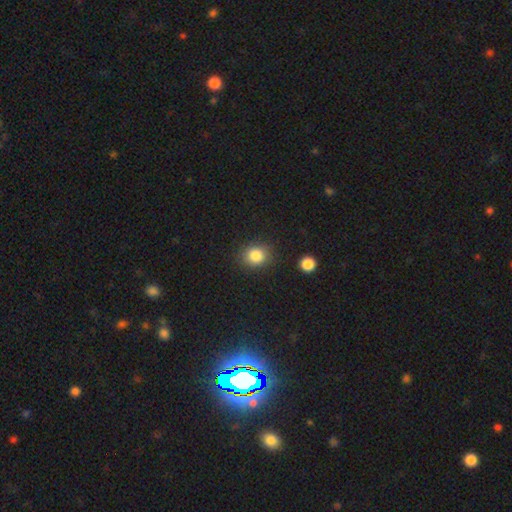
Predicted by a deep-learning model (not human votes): Smooth or featured?
  - smooth: 85% *
  - star or artifact: 10%
  - featured or disk: 5%
How rounded?
  - round: 70% *
  - in between: 29%
  - cigar-shaped: 1%
Merging?
  - none: 84% *
  - minor disturbance: 10%
  - major disturbance: 3%
  - merger: 3%